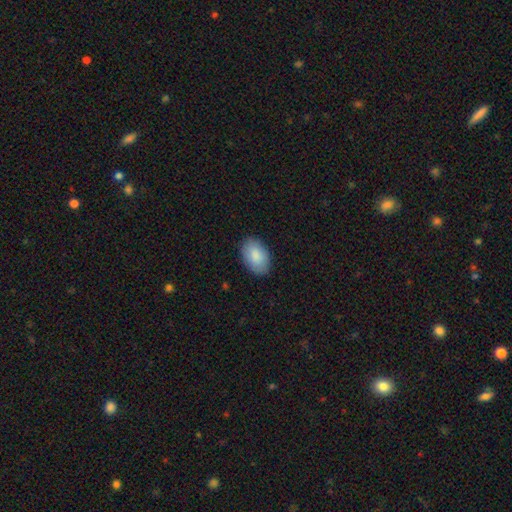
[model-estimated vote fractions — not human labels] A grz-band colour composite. It shows a smooth galaxy with no disk features (88%) that is in between round and cigar-shaped (91%). Merging: none (86%).